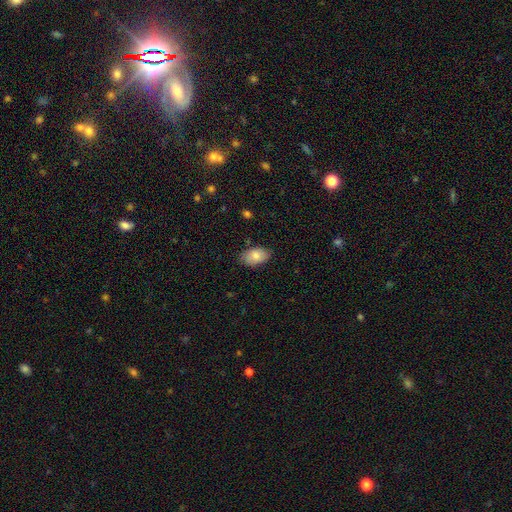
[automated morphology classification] Overall: smooth (81%). How rounded: in between (92%). Merging: none (82%).